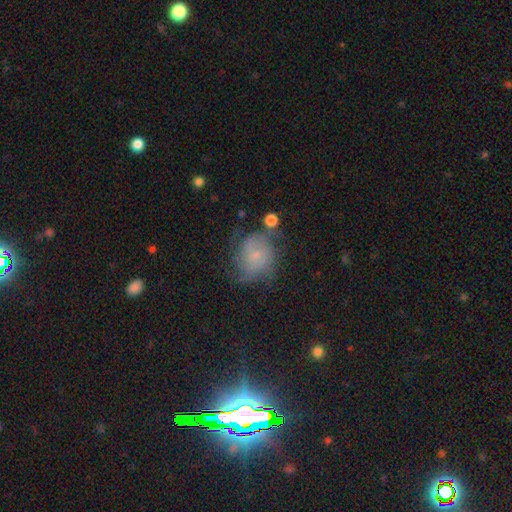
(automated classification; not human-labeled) A smooth galaxy with no disk features (45%).

Vote fractions:
- Smooth or featured? smooth: 45% / featured or disk: 42% / star or artifact: 13%
- Merging? none: 49% / minor disturbance: 27% / major disturbance: 19% / merger: 5%